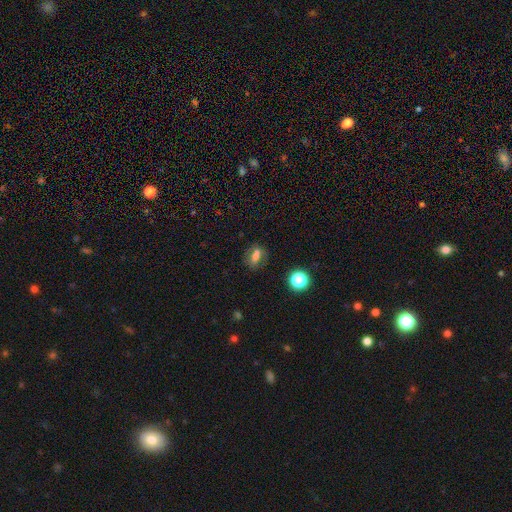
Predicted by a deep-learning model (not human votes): smooth 59%, featured or disk 21%, star or artifact 20%. Down the decision tree: how rounded — in between (57%); merging — none (66%).